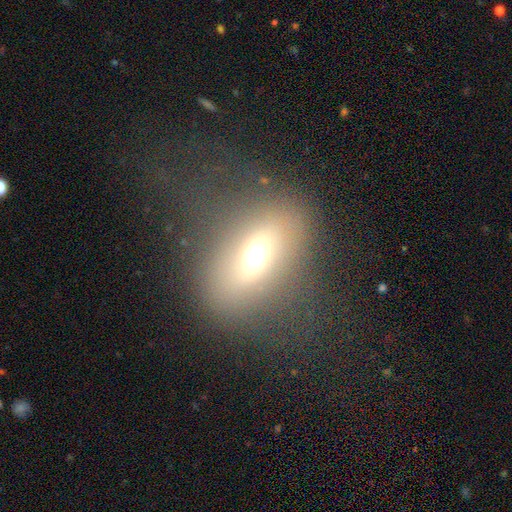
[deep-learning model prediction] Smooth or featured: smooth — 55% (featured or disk — 26%)
How rounded: in between — 63% (round — 33%)
Merging: none — 69% (major disturbance — 15%)